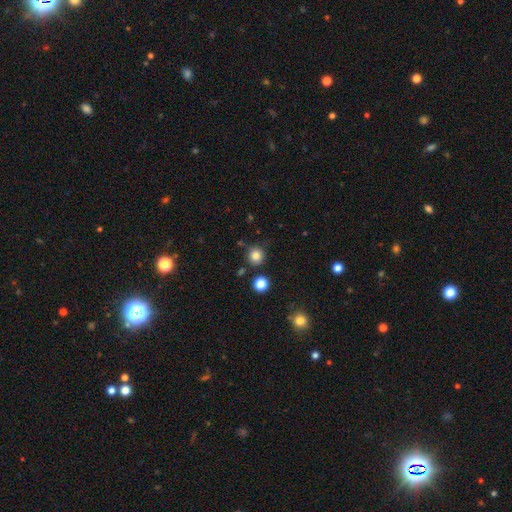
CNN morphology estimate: Smooth or featured? smooth (82%)
How rounded? round (92%)
Merging? none (82%)